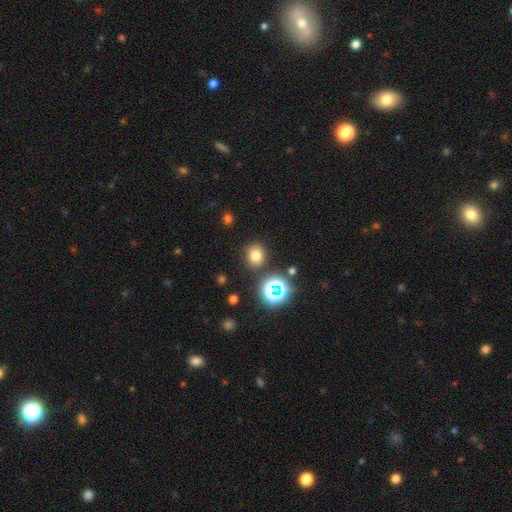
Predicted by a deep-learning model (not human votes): Smooth or featured? Predicted: smooth (p=0.73). How rounded? Predicted: round (p=0.67). Merging? Predicted: none (p=0.85).